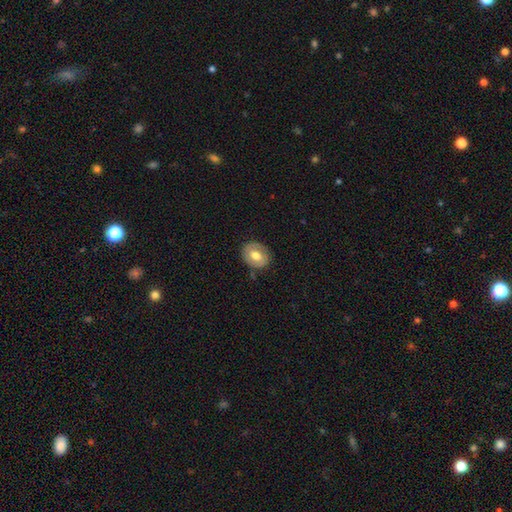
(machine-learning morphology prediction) A smooth galaxy with no disk features (55%) that is in between round and cigar-shaped (50%).

Vote fractions:
- Smooth or featured? smooth: 55% / featured or disk: 38% / star or artifact: 7%
- How rounded? in between: 50% / round: 49% / cigar-shaped: 1%
- Merging? none: 80% / minor disturbance: 15% / major disturbance: 4% / merger: 2%